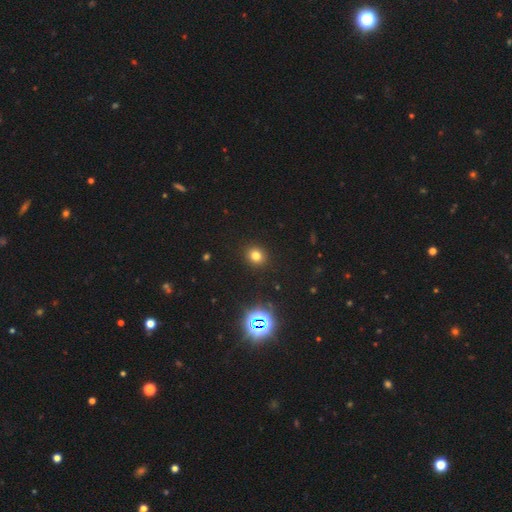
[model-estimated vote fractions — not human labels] A smooth galaxy with no disk features (76%) that is round (82%). Merging: none (92%).